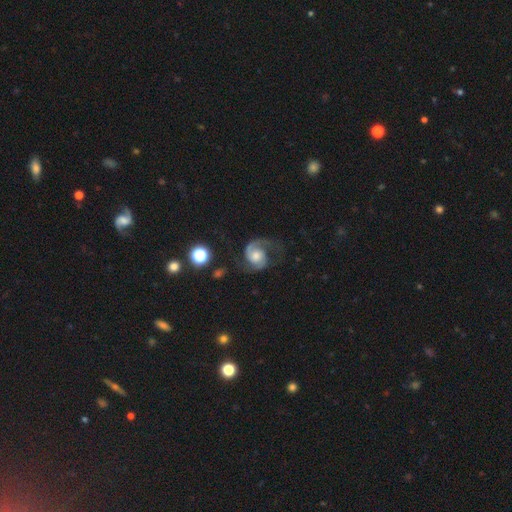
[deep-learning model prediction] Smooth or featured? Predicted: featured or disk (p=0.85). Edge-on disk? Predicted: no (p=0.98). Bar? Predicted: no (p=0.64). Spiral arms? Predicted: yes (p=0.97). Spiral winding? Predicted: medium (p=0.53). Spiral arm count? Predicted: 2 (p=0.81). Bulge size? Predicted: moderate (p=0.52). Merging? Predicted: none (p=0.61).